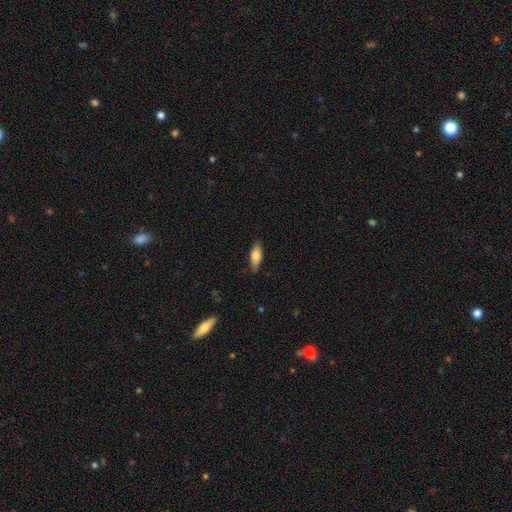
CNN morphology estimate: type=smooth (76%); roundness=in between (68%); merging=none (83%).